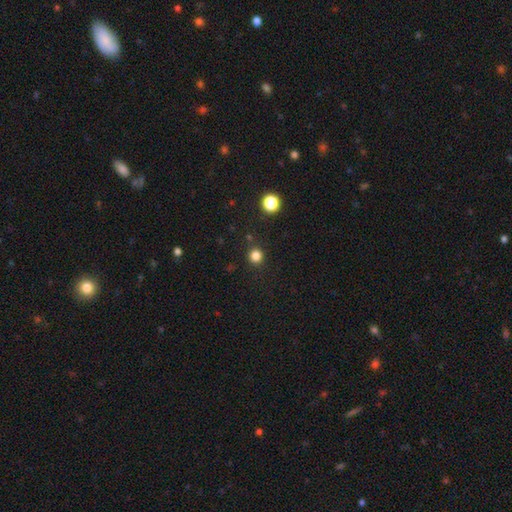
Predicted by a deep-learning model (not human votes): A smooth galaxy with no disk features (82%) that is round (92%). Merging: none (89%).